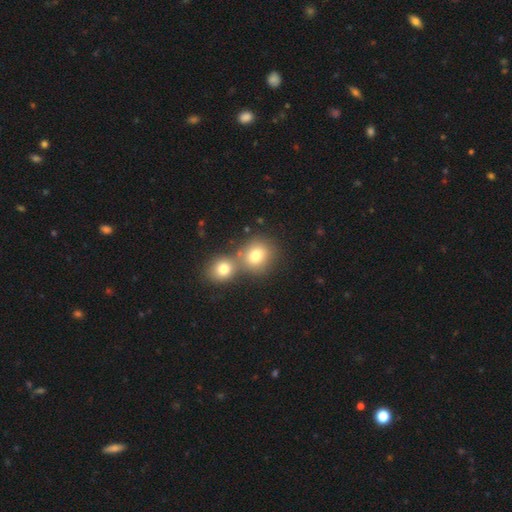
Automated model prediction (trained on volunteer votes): This appears to be a smooth galaxy with no disk features (77%) that is round (80%). Merging: merger (45%).